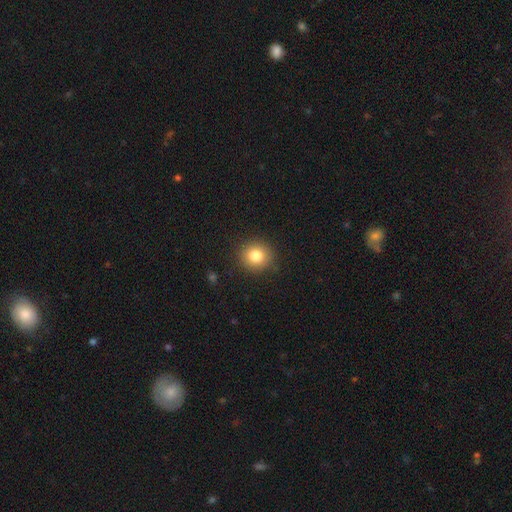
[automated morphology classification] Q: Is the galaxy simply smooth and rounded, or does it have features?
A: smooth — 83%.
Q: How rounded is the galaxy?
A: round — 86%.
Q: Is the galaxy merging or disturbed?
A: none — 89%.